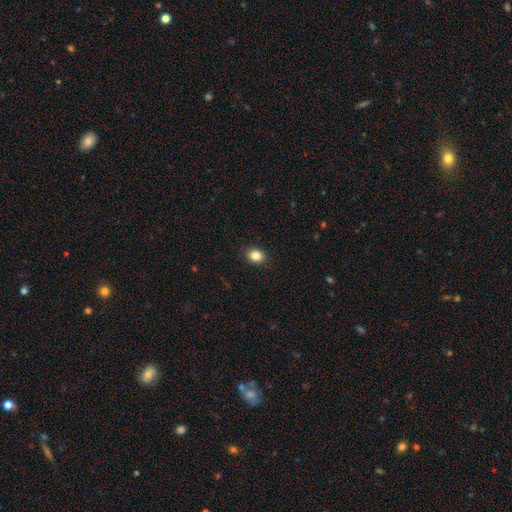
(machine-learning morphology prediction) smooth_or_featured: smooth (p=0.85) [alt: star or artifact p=0.09]
how_rounded: in between (p=0.57) [alt: round p=0.42]
merging: none (p=0.89) [alt: minor disturbance p=0.08]